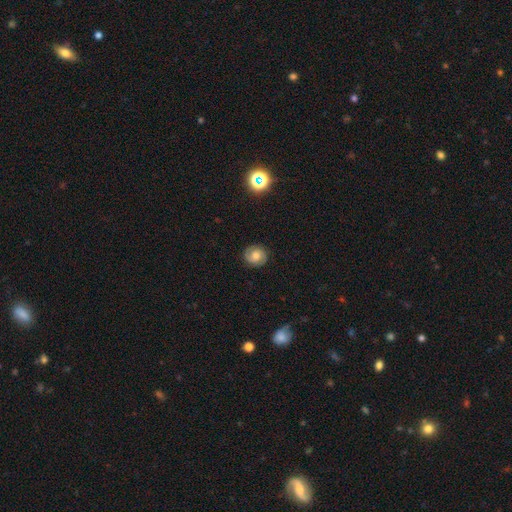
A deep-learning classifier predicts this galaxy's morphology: A featured or disk galaxy (49%).

Vote fractions:
- Smooth or featured? featured or disk: 49% / smooth: 39% / star or artifact: 12%
- Merging? none: 87% / minor disturbance: 9% / major disturbance: 3% / merger: 1%